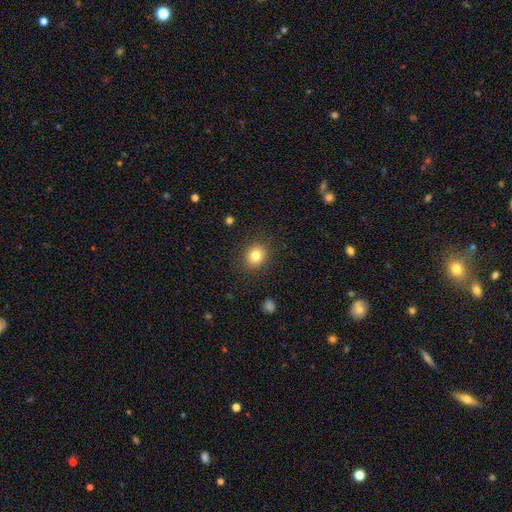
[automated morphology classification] Q: Smooth or featured?
A: smooth (81%); runner-up: star or artifact (11%)
Q: How rounded?
A: round (69%); runner-up: in between (30%)
Q: Merging?
A: none (88%); runner-up: minor disturbance (8%)